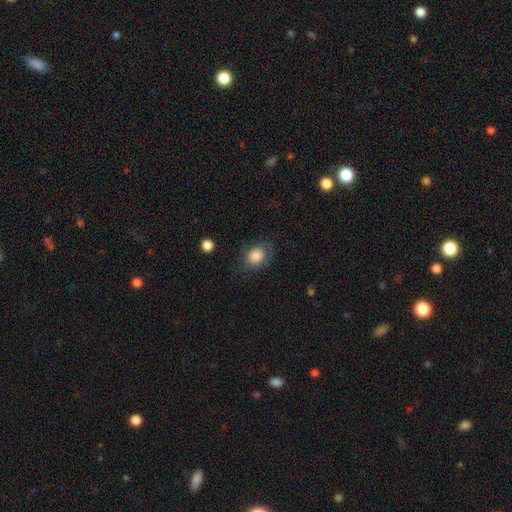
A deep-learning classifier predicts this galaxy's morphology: Overall: smooth (81%). How rounded: in between (57%; round 42%). Merging: none (68%).